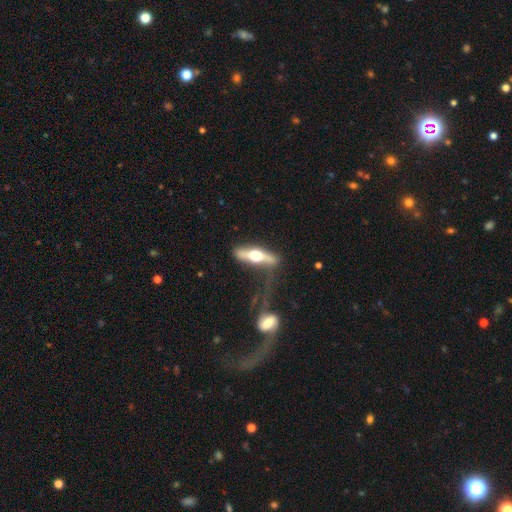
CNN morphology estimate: type=featured or disk (64%); edge-on=yes (87%); edge-on bulge=rounded (95%); merging=none (61%).